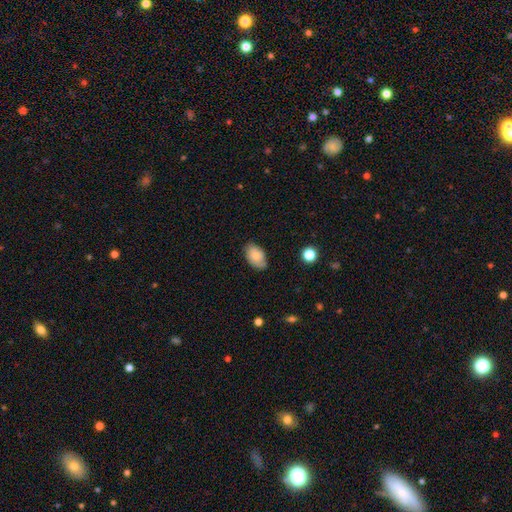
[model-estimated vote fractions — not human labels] This appears to be a smooth galaxy with no disk features (79%) that is in between round and cigar-shaped (90%). Merging: none (69%).